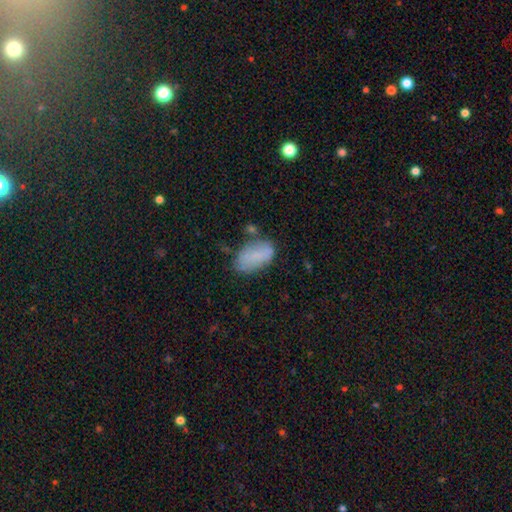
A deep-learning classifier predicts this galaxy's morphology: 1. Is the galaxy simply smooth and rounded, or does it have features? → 77% smooth, 15% featured or disk, 8% star or artifact.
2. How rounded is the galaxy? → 93% in between, 4% round, 3% cigar-shaped.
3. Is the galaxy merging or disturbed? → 57% none, 27% minor disturbance, 9% major disturbance, 7% merger.